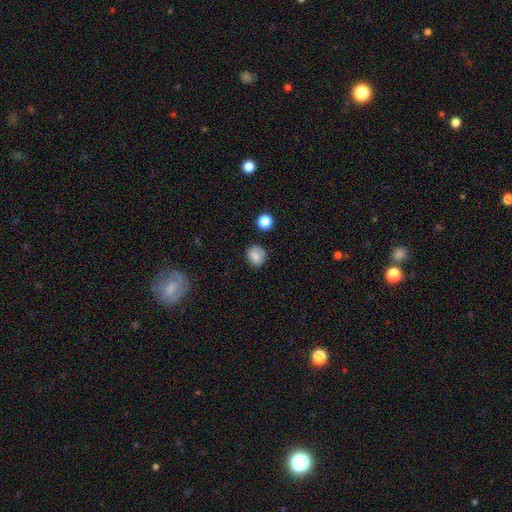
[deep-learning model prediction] smooth-or-featured: smooth: 81% | star or artifact: 11% | featured or disk: 8%
  how-rounded: round: 75% | in between: 24% | cigar-shaped: 1%
  merging: none: 75% | minor disturbance: 18% | major disturbance: 4% | merger: 2%